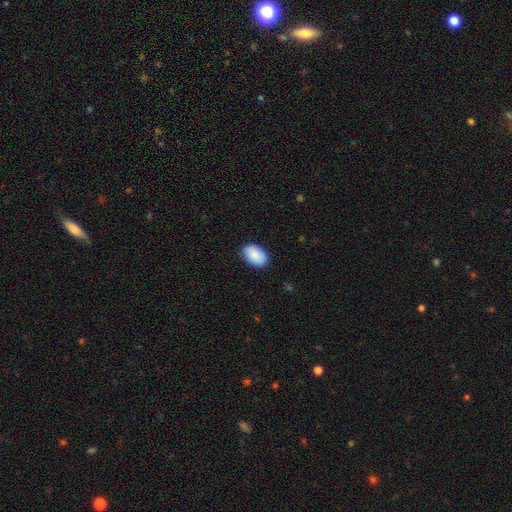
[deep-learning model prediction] Smooth or featured: smooth — 89% (star or artifact — 6%)
How rounded: in between — 92% (round — 7%)
Merging: none — 86% (minor disturbance — 11%)